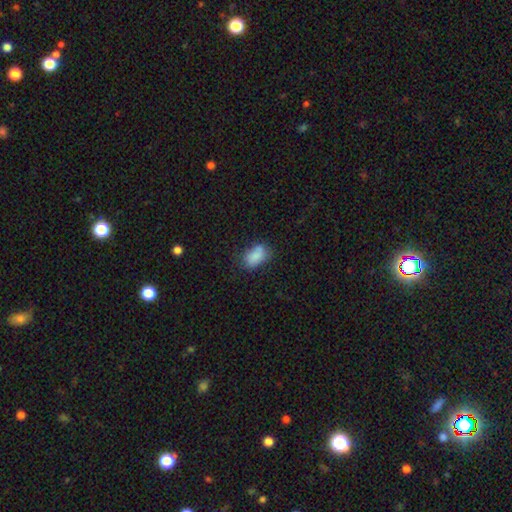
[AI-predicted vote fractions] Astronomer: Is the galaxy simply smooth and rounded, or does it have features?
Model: smooth — 82%.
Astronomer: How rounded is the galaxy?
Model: in between — 88%.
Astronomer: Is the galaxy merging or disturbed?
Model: none — 61%.